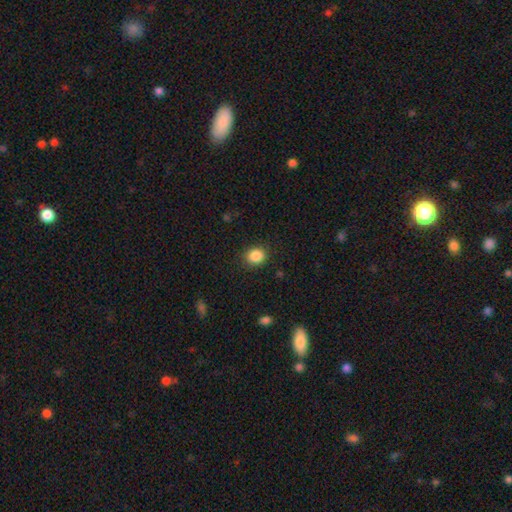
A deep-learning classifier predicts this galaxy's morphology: Smooth or featured?
  - smooth: 86% *
  - star or artifact: 10%
  - featured or disk: 4%
How rounded?
  - round: 75% *
  - in between: 24%
  - cigar-shaped: 1%
Merging?
  - none: 87% *
  - minor disturbance: 9%
  - major disturbance: 3%
  - merger: 1%